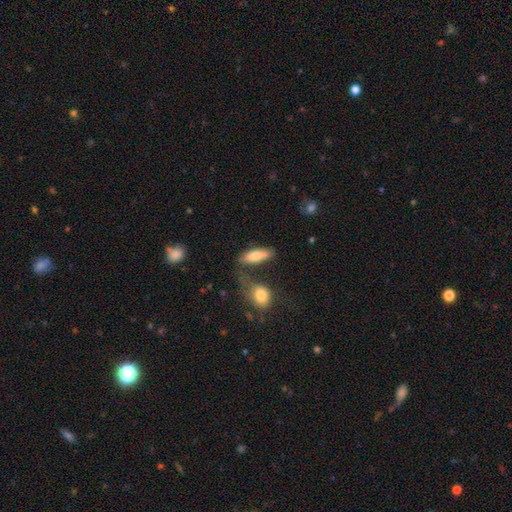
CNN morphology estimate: Overall: smooth (77%). How rounded: in between (70%). Merging: none (51%; merger 21%).